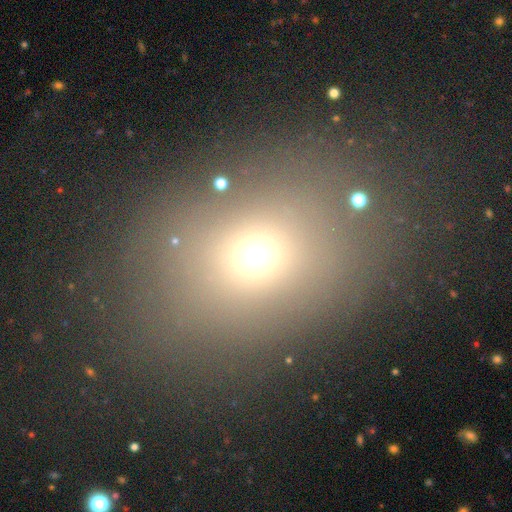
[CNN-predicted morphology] This appears to be a smooth galaxy with no disk features (65%) that is round (53%). Merging: none (71%).